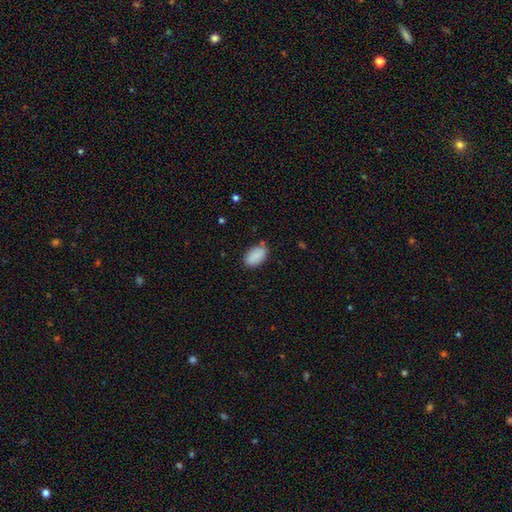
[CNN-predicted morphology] Smooth or featured? smooth (89%)
How rounded? in between (93%)
Merging? none (78%)